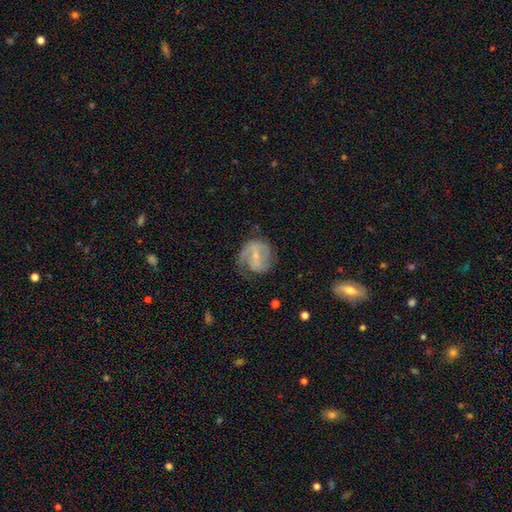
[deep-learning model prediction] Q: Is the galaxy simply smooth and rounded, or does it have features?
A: featured or disk — 72%.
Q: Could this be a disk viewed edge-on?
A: no — 97%.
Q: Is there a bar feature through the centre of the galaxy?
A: weak — 50%.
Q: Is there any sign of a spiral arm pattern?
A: yes — 88%.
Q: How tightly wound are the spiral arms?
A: medium — 44%.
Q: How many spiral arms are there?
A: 2 — 48%.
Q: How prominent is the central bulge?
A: small — 62%.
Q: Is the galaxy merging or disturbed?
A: none — 53%.